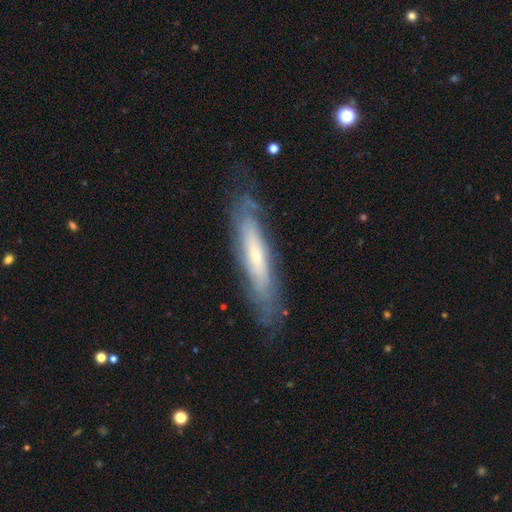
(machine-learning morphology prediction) This appears to be a featured or disk galaxy (63%). Merging: none (74%).